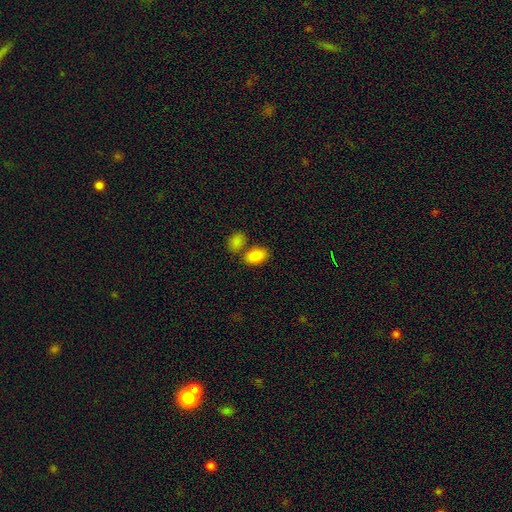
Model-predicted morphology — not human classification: Smooth or featured? smooth (85%)
How rounded? in between (89%)
Merging? none (60%)